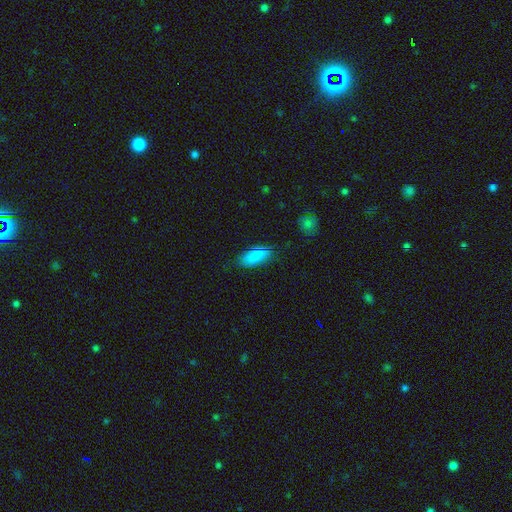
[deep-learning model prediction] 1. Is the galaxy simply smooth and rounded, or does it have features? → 87% smooth, 7% star or artifact, 6% featured or disk.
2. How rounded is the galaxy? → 78% in between, 21% cigar-shaped, 2% round.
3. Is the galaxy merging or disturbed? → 78% none, 17% minor disturbance, 4% major disturbance, 1% merger.